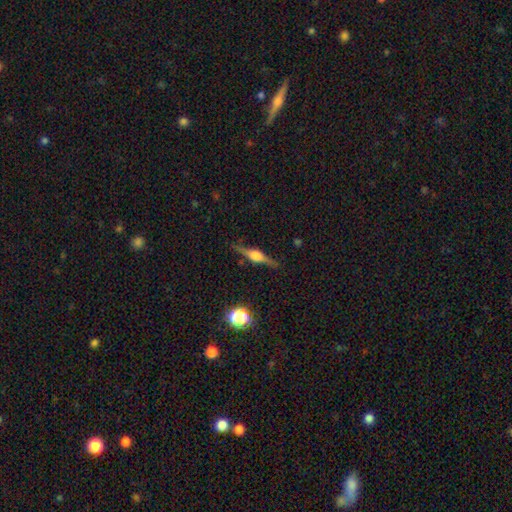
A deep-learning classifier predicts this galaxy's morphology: A featured or disk galaxy (78%) viewed edge-on (97%) with a rounded central bulge (86%).

Vote fractions:
- Smooth or featured? featured or disk: 78% / smooth: 15% / star or artifact: 7%
- Edge-on disk? yes: 97% / no: 3%
- Edge-on bulge? rounded: 86% / boxy: 12% / none: 2%
- Merging? none: 87% / minor disturbance: 9% / major disturbance: 2% / merger: 1%